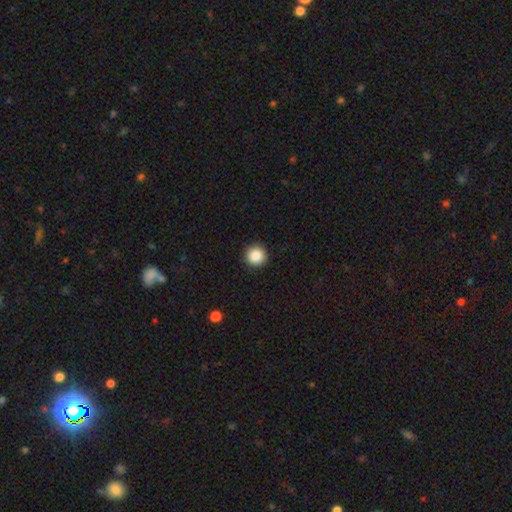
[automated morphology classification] A smooth galaxy with no disk features (88%) that is round (95%). Merging: none (91%).